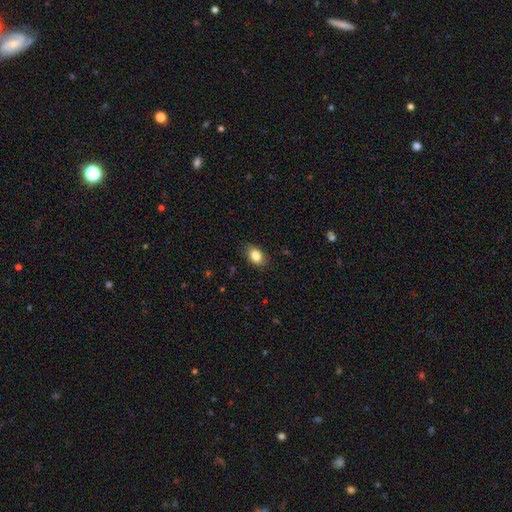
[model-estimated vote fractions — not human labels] smooth 84%, star or artifact 8%, featured or disk 7%. Down the decision tree: how rounded — in between (79%); merging — none (82%).